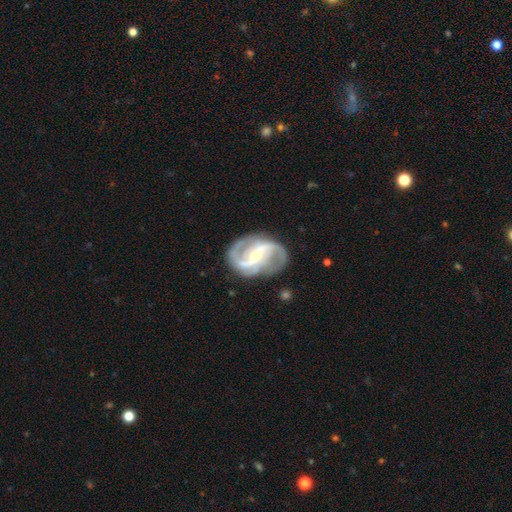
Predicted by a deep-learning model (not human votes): A featured or disk galaxy (90%) with a strong bar (42%), 2 (77%) medium (48%) spiral arms (97%) and a small central bulge (59%). Merging: none (75%).